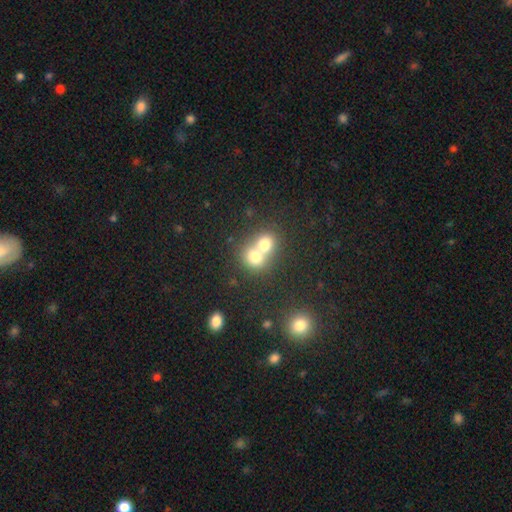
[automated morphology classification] A smooth galaxy with no disk features (71%) that is round (71%).

Vote fractions:
- Smooth or featured? smooth: 71% / featured or disk: 17% / star or artifact: 12%
- How rounded? round: 71% / in between: 28% / cigar-shaped: 1%
- Merging? merger: 68% / none: 25% / minor disturbance: 4% / major disturbance: 2%